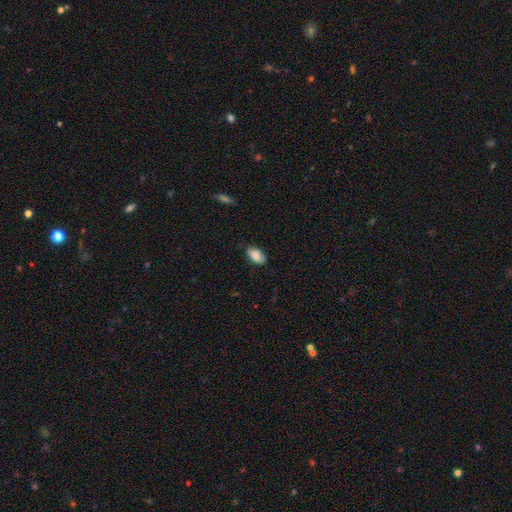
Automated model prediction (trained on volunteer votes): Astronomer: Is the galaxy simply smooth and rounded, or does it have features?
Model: smooth — 82%.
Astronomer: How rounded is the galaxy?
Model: in between — 93%.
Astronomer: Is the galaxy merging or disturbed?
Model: none — 81%.